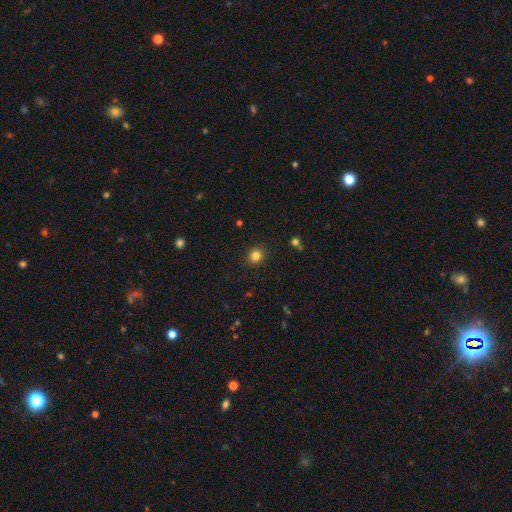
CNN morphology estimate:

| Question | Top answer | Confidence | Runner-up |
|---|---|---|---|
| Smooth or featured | smooth | 83% | star or artifact (12%) |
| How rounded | round | 84% | in between (15%) |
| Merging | none | 90% | minor disturbance (7%) |